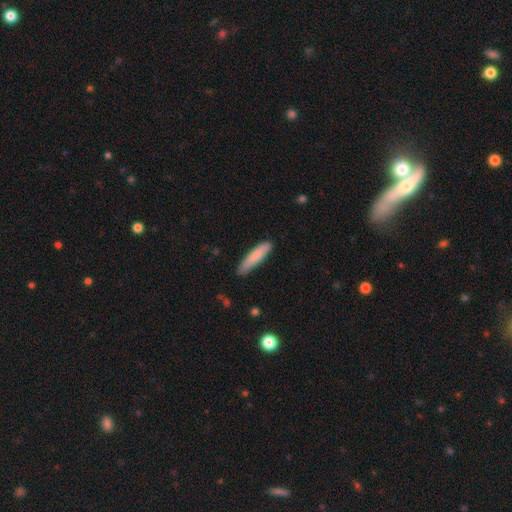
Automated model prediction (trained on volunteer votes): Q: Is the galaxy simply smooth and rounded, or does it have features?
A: smooth — 81%.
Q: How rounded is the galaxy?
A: cigar-shaped — 84%.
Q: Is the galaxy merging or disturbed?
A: none — 84%.